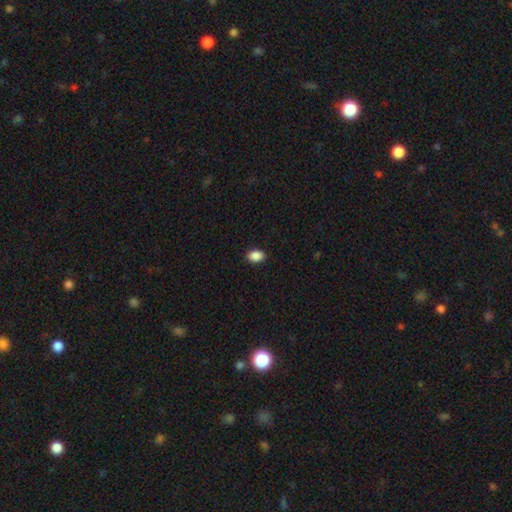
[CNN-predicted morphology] Overall: smooth (89%). How rounded: in between (77%). Merging: none (90%).